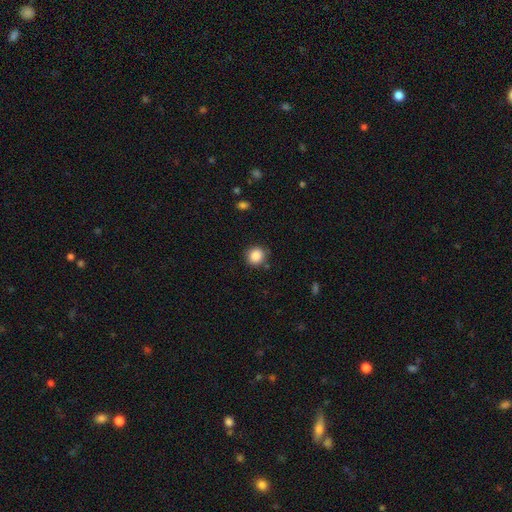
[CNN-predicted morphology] Smooth or featured?
  - smooth: 87% *
  - star or artifact: 9%
  - featured or disk: 4%
How rounded?
  - round: 87% *
  - in between: 12%
  - cigar-shaped: 1%
Merging?
  - none: 85% *
  - minor disturbance: 10%
  - major disturbance: 3%
  - merger: 2%